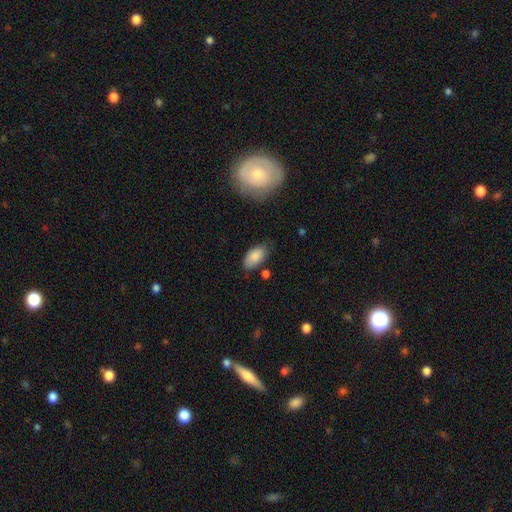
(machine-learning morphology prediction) Smooth or featured? Predicted: smooth (p=0.86). How rounded? Predicted: in between (p=0.94). Merging? Predicted: none (p=0.74).